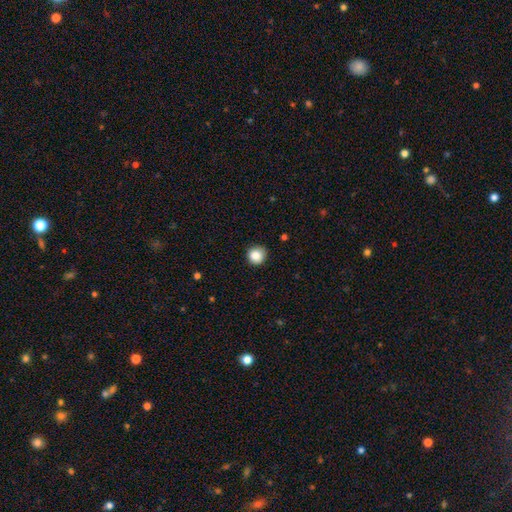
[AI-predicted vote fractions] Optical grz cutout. It shows a smooth galaxy with no disk features (86%) that is round (93%). Merging: none (87%).